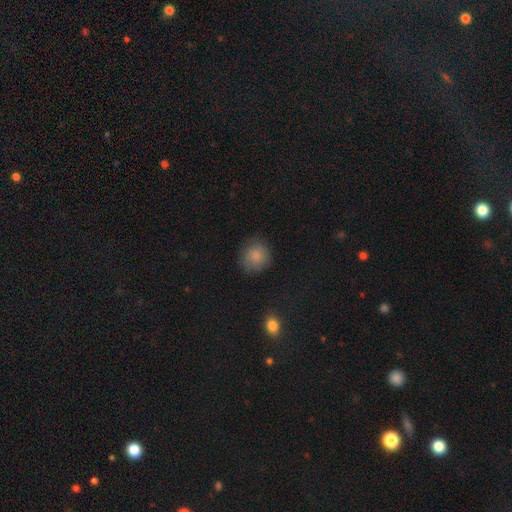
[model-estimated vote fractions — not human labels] A smooth galaxy with no disk features (86%) that is round (87%). Merging: none (83%).